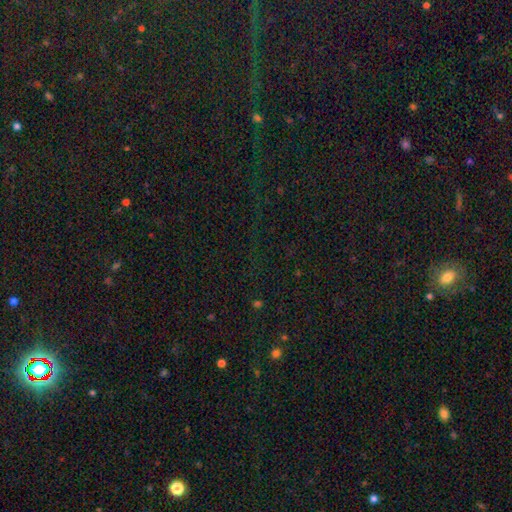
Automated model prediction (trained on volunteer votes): This is likely a star or artifact rather than a galaxy (76%).